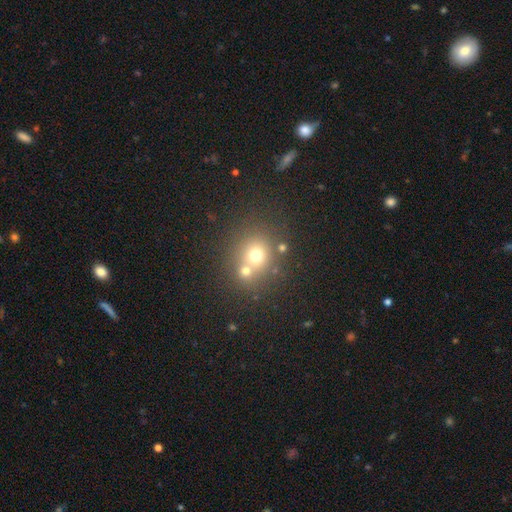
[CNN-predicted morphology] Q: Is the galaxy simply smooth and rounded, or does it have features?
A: smooth — 67%.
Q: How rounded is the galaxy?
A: round — 79%.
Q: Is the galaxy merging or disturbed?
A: none — 52%.